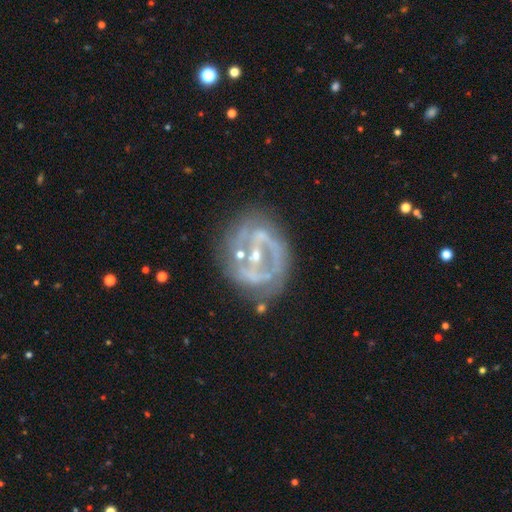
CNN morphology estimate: A featured or disk galaxy (82%) with a strong bar (41%), spiral arms (63%) and a small central bulge (64%). Merging: none (60%).